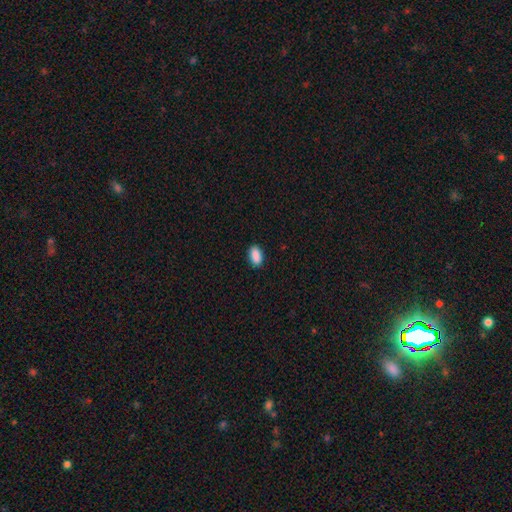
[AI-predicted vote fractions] Smooth or featured? smooth (90%)
How rounded? in between (92%)
Merging? none (88%)